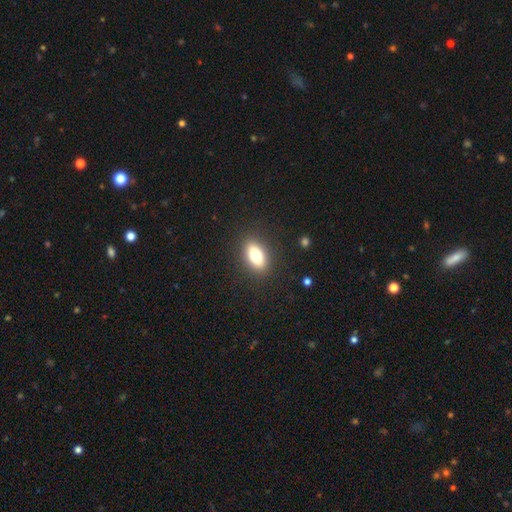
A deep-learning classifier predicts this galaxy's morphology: smooth-or-featured: smooth: 77% | featured or disk: 15% | star or artifact: 8%
  how-rounded: in between: 84% | cigar-shaped: 9% | round: 7%
  merging: none: 88% | minor disturbance: 9% | major disturbance: 3% | merger: 1%